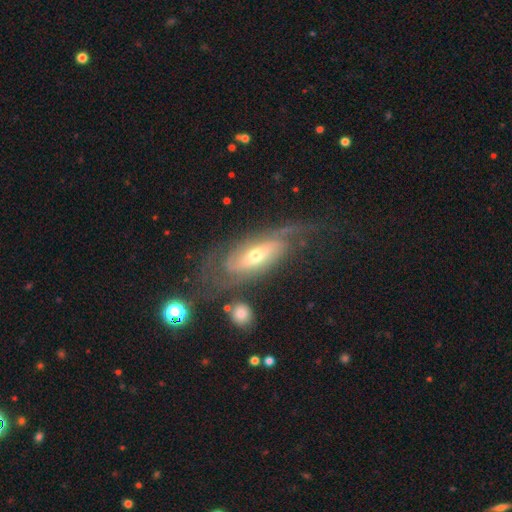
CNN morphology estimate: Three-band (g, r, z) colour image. It shows a featured or disk galaxy (80%) with no bar (48%), 2 (57%) tight (44%) spiral arms (89%) and a moderate central bulge (51%). Merging: none (60%).